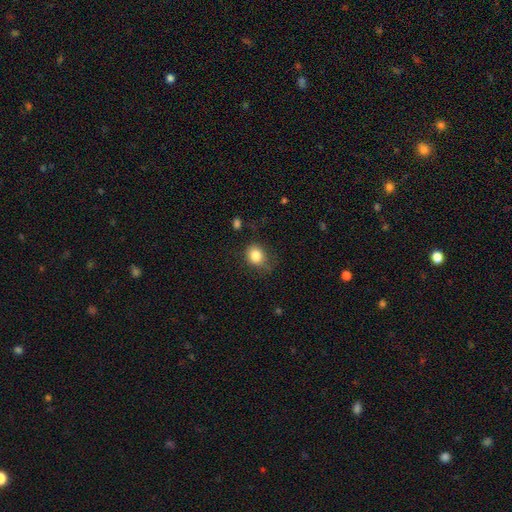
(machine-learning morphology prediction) Overall: smooth (83%). How rounded: round (61%; in between 38%). Merging: none (68%).